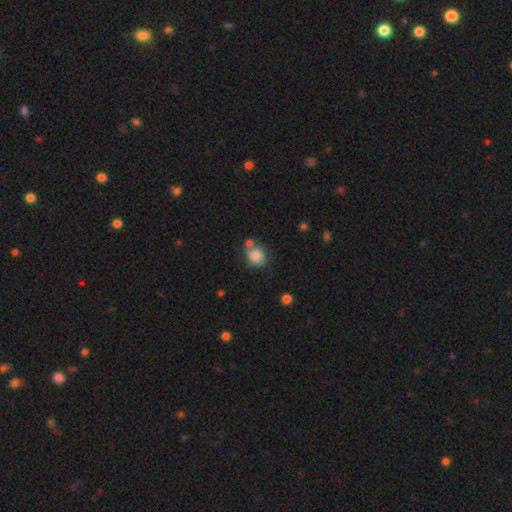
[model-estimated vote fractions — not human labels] This appears to be a smooth galaxy with no disk features (85%) that is round (78%). Merging: none (60%).